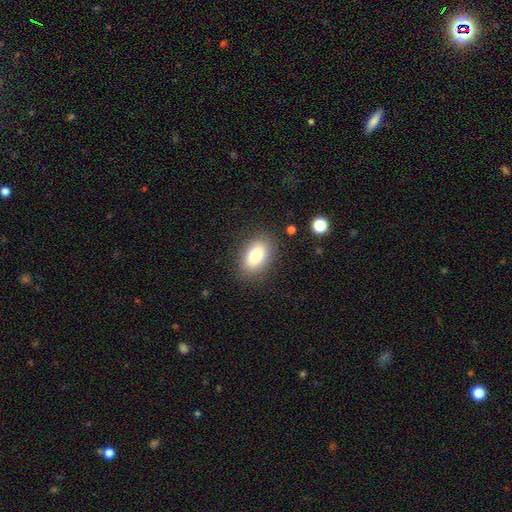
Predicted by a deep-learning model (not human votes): The model was most divided on "smooth or featured": smooth: 80%, featured or disk: 11%, star or artifact: 8%. More confident: how rounded — in between (87%); merging — none (85%).